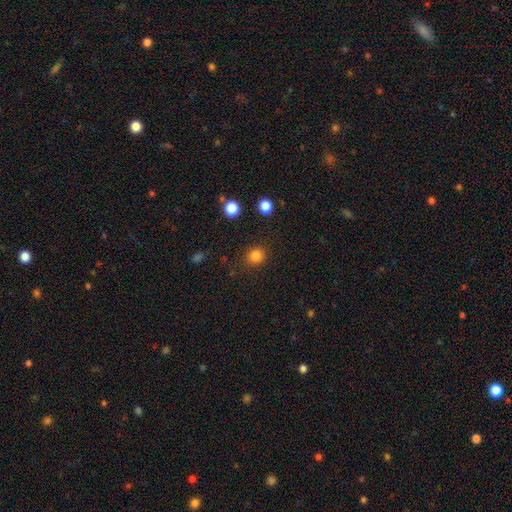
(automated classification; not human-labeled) A smooth galaxy with no disk features (83%) that is round (86%).

Vote fractions:
- Smooth or featured? smooth: 83% / star or artifact: 13% / featured or disk: 4%
- How rounded? round: 86% / in between: 13% / cigar-shaped: 1%
- Merging? none: 87% / minor disturbance: 8% / major disturbance: 3% / merger: 2%